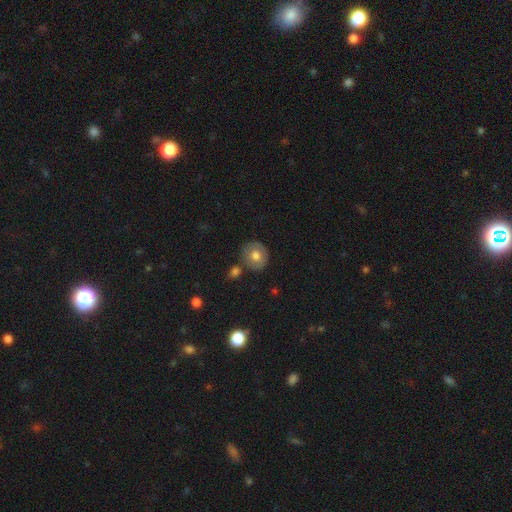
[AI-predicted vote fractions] Q: Smooth or featured?
A: smooth (67%); runner-up: featured or disk (25%)
Q: How rounded?
A: round (82%); runner-up: in between (17%)
Q: Merging?
A: none (76%); runner-up: minor disturbance (12%)